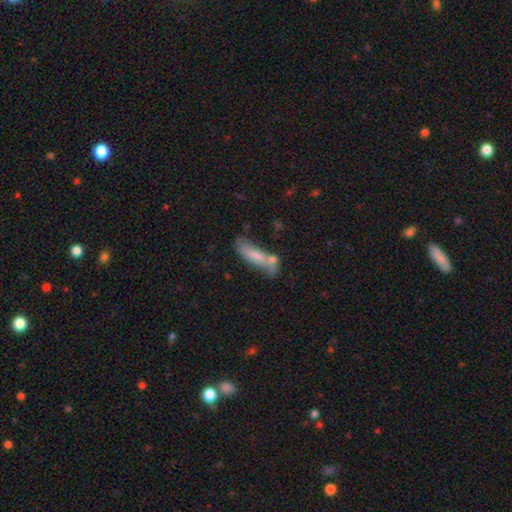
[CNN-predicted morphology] Overall: smooth (68%). How rounded: cigar-shaped (57%; in between 41%). Merging: none (42%; merger 28%).